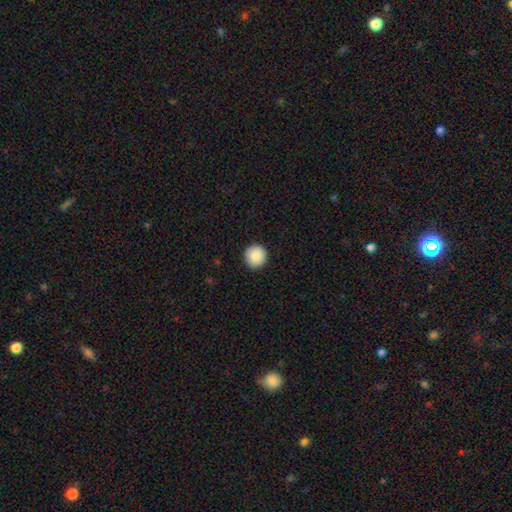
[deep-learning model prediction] A smooth galaxy with no disk features (89%) that is round (95%). Merging: none (93%).